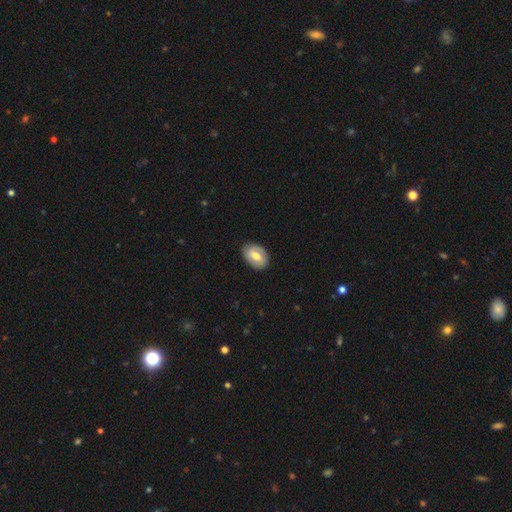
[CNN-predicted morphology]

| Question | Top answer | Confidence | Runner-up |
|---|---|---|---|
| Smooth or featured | smooth | 48% | featured or disk (45%) |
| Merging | none | 83% | minor disturbance (13%) |